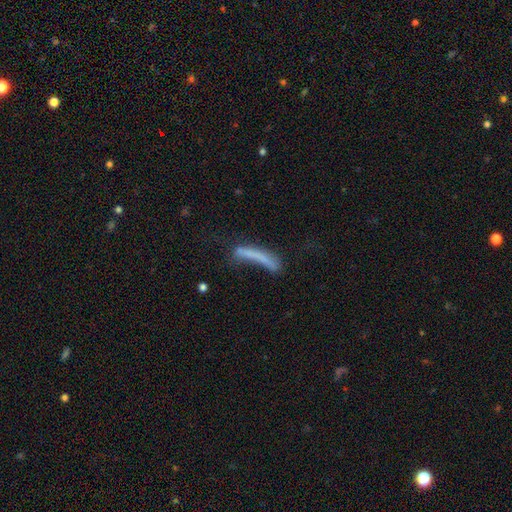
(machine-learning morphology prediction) A smooth galaxy with no disk features (61%) that is cigar-shaped (91%).

Vote fractions:
- Smooth or featured? smooth: 61% / featured or disk: 29% / star or artifact: 11%
- How rounded? cigar-shaped: 91% / in between: 7% / round: 2%
- Merging? none: 41% / major disturbance: 26% / minor disturbance: 22% / merger: 12%